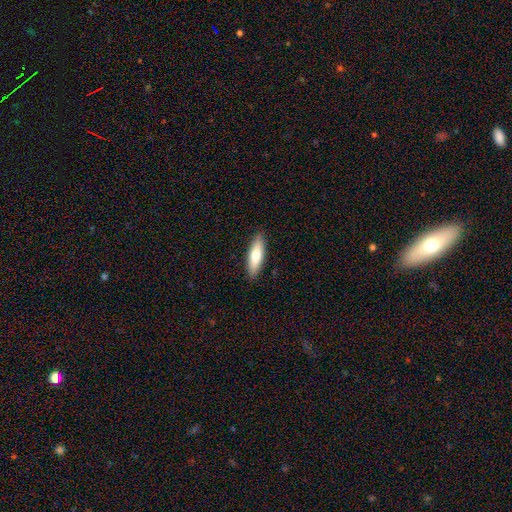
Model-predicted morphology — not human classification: This appears to be a smooth galaxy with no disk features (71%) that is cigar-shaped (62%). Merging: none (89%).